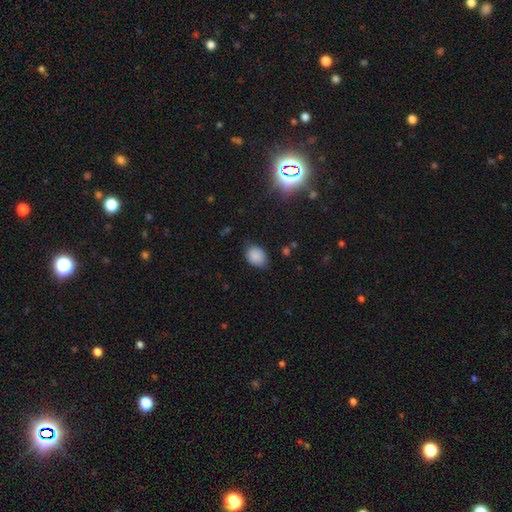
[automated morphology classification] type=smooth (85%); roundness=in between (73%); merging=none (72%).